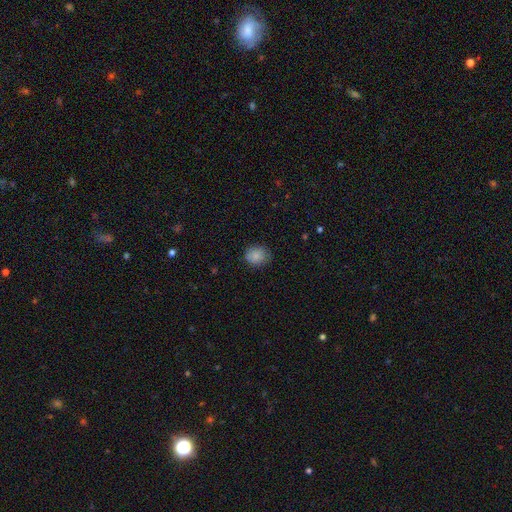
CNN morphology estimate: Smooth or featured?
  - smooth: 86% *
  - star or artifact: 9%
  - featured or disk: 6%
How rounded?
  - round: 75% *
  - in between: 24%
  - cigar-shaped: 1%
Merging?
  - none: 80% *
  - minor disturbance: 16%
  - major disturbance: 3%
  - merger: 1%